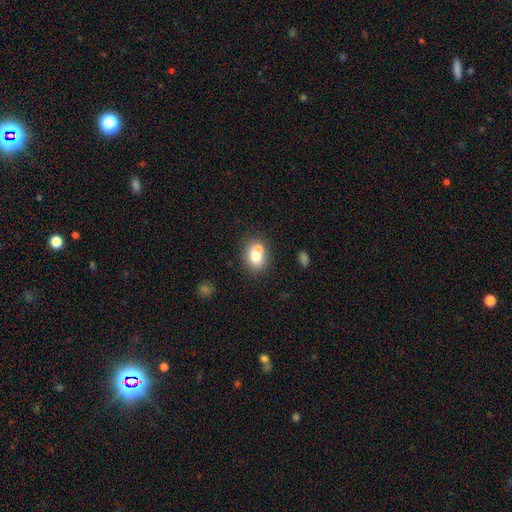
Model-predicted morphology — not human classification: smooth_or_featured: smooth (p=0.71) [alt: featured or disk p=0.19]
how_rounded: round (p=0.53) [alt: in between p=0.46]
merging: none (p=0.45) [alt: merger p=0.42]